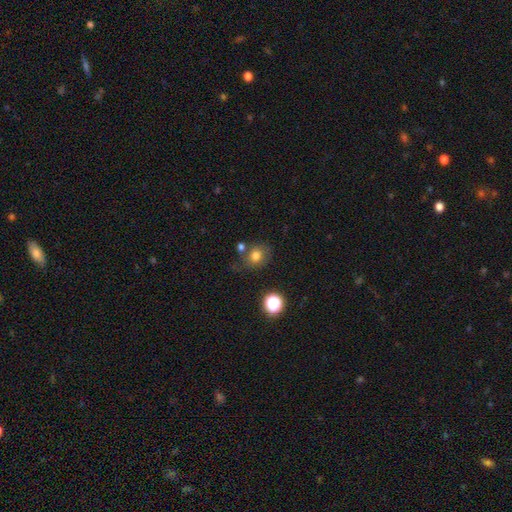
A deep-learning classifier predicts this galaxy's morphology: The model was most divided on "how rounded": round: 68%, in between: 31%, cigar-shaped: 1%. More confident: smooth or featured — smooth (76%); merging — none (66%).